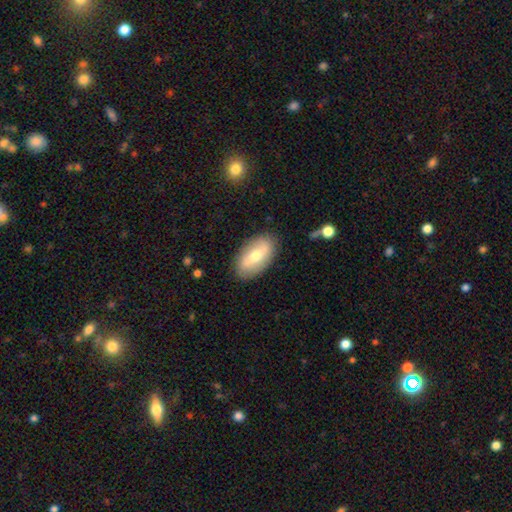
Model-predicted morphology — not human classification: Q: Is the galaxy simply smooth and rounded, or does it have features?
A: smooth — 48%.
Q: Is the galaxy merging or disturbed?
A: none — 85%.